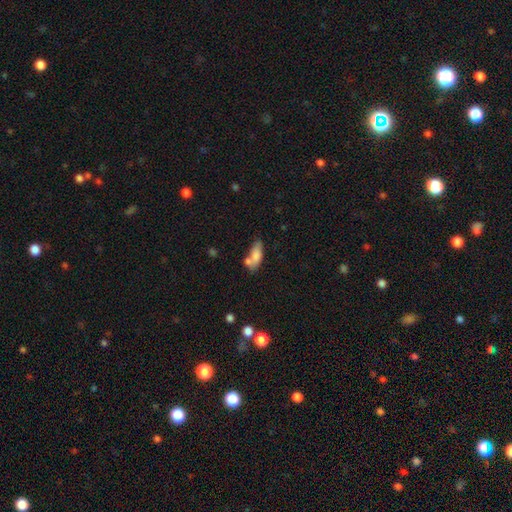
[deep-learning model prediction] Overall: smooth (75%). How rounded: in between (80%). Merging: none (40%; merger 33%).